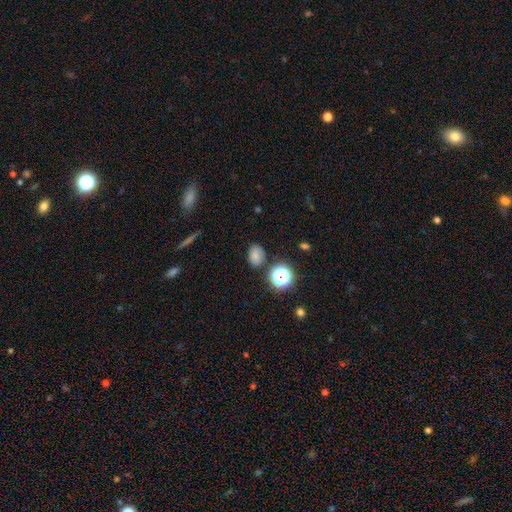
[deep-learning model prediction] This is likely a smooth galaxy (75%). How rounded: likely in between (60%). Merging: likely none (80%).